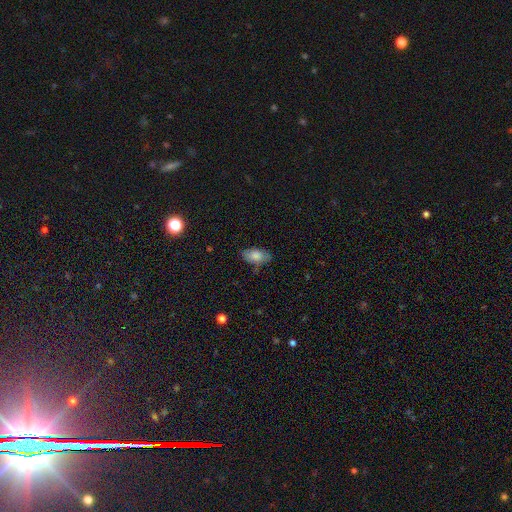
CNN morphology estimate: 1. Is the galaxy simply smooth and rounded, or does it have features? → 78% smooth, 14% featured or disk, 8% star or artifact.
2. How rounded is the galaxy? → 92% in between, 4% round, 3% cigar-shaped.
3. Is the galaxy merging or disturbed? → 75% none, 19% minor disturbance, 4% major disturbance, 1% merger.